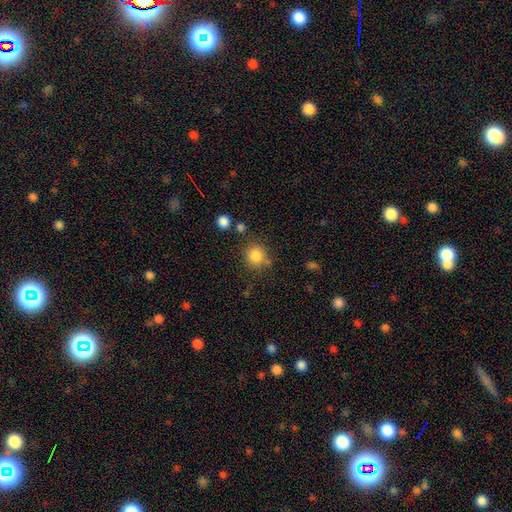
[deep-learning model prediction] Smooth or featured? Predicted: smooth (p=0.84). How rounded? Predicted: round (p=0.89). Merging? Predicted: none (p=0.76).